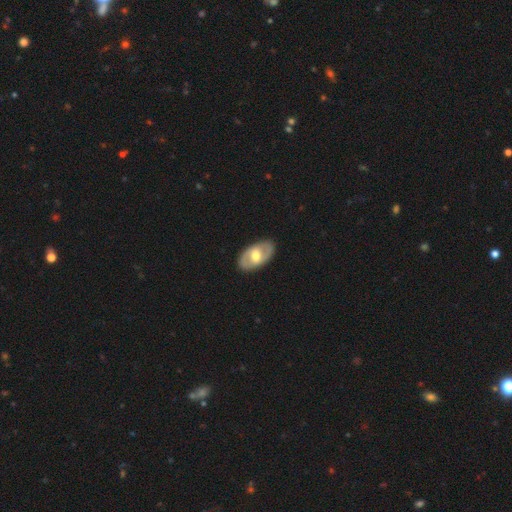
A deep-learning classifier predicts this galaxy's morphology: This is likely a featured or disk galaxy (61%). It is clearly not viewed edge-on (90%). Bar: marginally no (44%). Spiral arm pattern: possibly no (55%). Central bulge: likely moderate (73%). Merging: clearly none (87%).